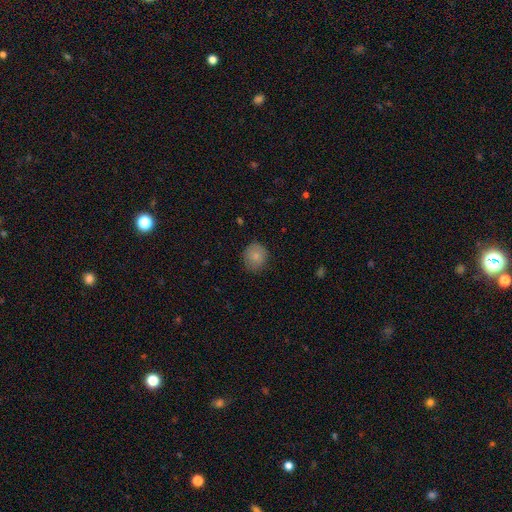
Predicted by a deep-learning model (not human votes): Overall: smooth (82%). How rounded: round (81%). Merging: none (80%).